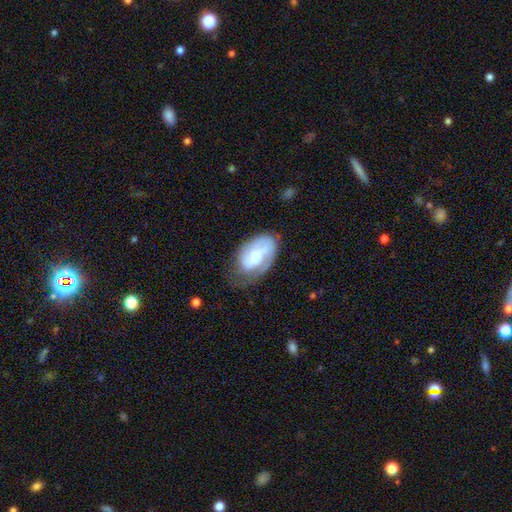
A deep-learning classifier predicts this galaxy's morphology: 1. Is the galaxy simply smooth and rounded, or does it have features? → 67% featured or disk, 27% smooth, 6% star or artifact.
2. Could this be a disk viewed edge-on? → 96% no, 4% yes.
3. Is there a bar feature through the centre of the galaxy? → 44% weak, 43% no, 14% strong.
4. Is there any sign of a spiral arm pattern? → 88% yes, 12% no.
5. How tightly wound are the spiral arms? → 42% medium, 37% tight, 21% loose.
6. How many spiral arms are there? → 52% 2, 23% 1, 18% can't tell, 5% 3, 1% 4, 1% more than 4.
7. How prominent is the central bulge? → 43% moderate, 42% small, 7% none, 7% large, 1% dominant.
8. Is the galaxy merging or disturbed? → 52% none, 30% minor disturbance, 16% major disturbance, 2% merger.